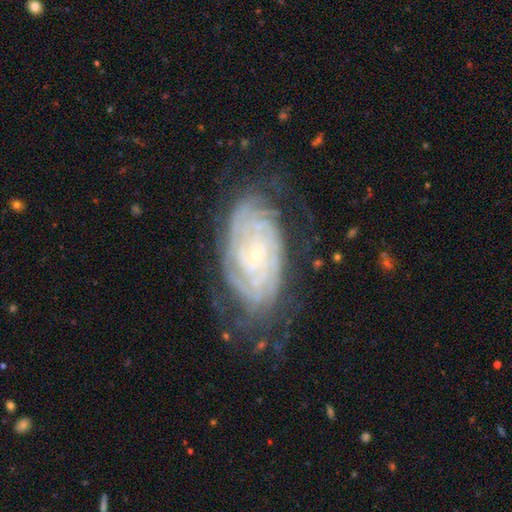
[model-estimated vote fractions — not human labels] This appears to be a featured or disk galaxy (88%) with no bar (68%), tight (84%) spiral arms (98%) and a small central bulge (85%). Merging: none (69%).